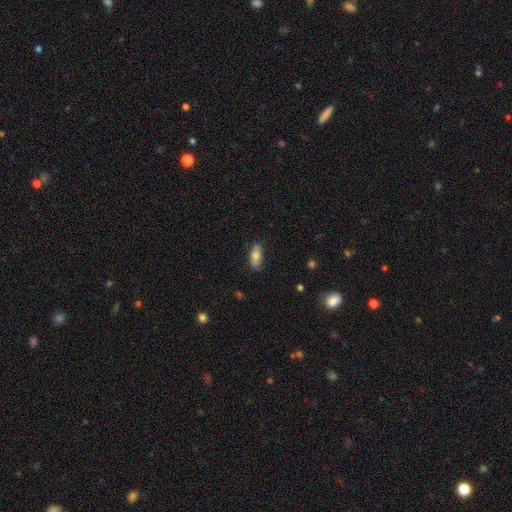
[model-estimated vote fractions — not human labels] Morphology: type=smooth (74%); roundness=in between (82%); merging=none (79%).